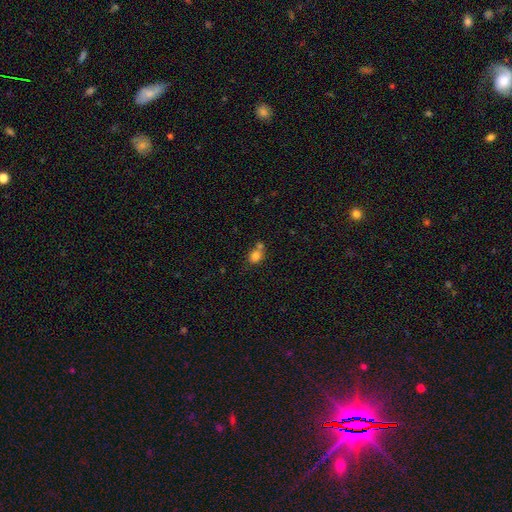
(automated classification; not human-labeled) The model was most divided on "merging": none: 44%, merger: 40%, minor disturbance: 12%, major disturbance: 4%. More confident: smooth or featured — smooth (80%); how rounded — round (65%).